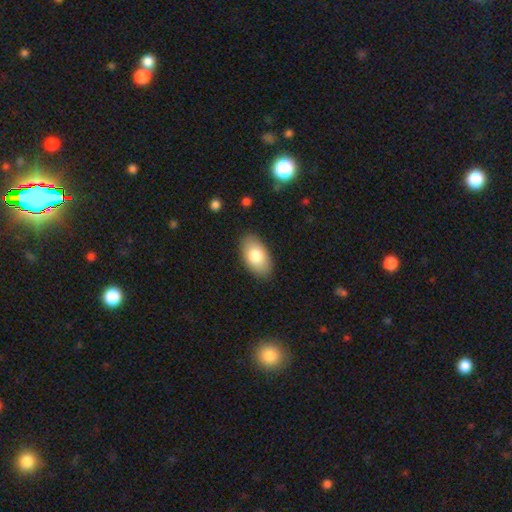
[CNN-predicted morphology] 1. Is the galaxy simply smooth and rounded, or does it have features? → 79% smooth, 14% featured or disk, 7% star or artifact.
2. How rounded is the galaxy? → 94% in between, 5% round, 2% cigar-shaped.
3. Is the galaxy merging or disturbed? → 86% none, 11% minor disturbance, 2% major disturbance, 1% merger.